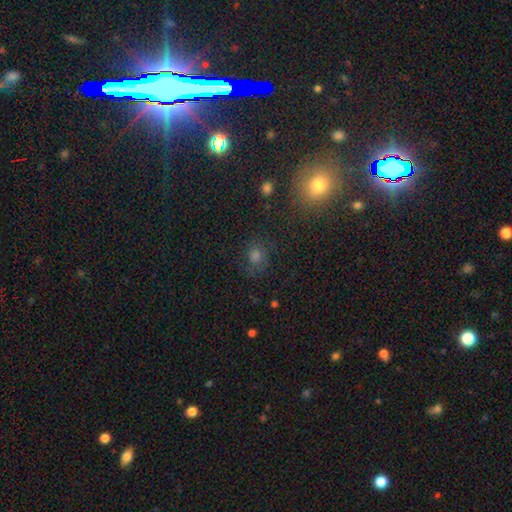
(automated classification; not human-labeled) Smooth or featured: smooth — 53% (star or artifact — 34%)
How rounded: round — 73% (in between — 25%)
Merging: none — 73% (minor disturbance — 15%)